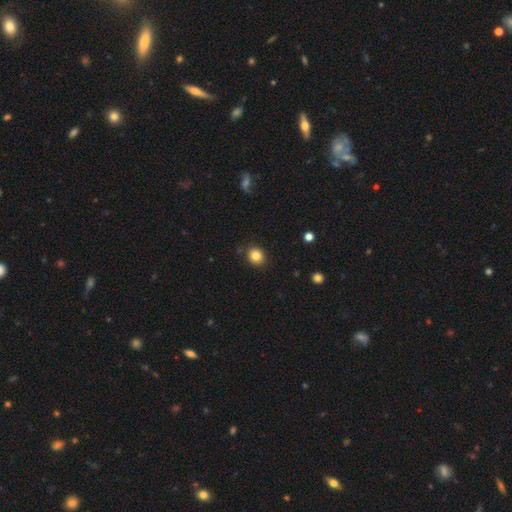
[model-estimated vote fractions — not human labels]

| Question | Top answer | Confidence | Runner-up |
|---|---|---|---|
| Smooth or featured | smooth | 84% | star or artifact (10%) |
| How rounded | round | 75% | in between (24%) |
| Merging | none | 87% | minor disturbance (9%) |